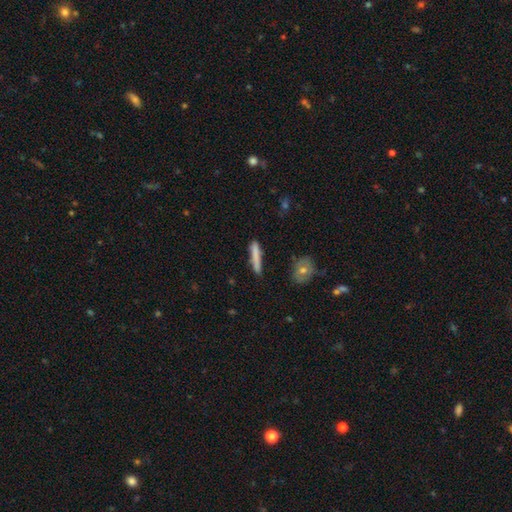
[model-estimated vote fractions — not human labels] Smooth or featured?
  - smooth: 77% *
  - featured or disk: 16%
  - star or artifact: 6%
How rounded?
  - cigar-shaped: 93% *
  - in between: 6%
  - round: 2%
Merging?
  - none: 84% *
  - minor disturbance: 11%
  - merger: 3%
  - major disturbance: 2%